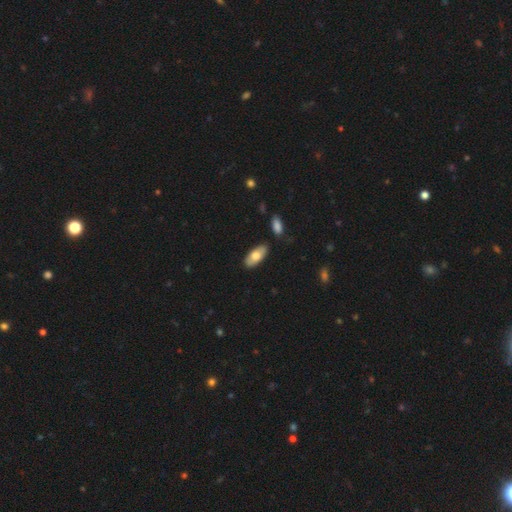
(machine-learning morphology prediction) This is likely a smooth galaxy (70%). How rounded: clearly in between (89%). Merging: clearly none (84%).